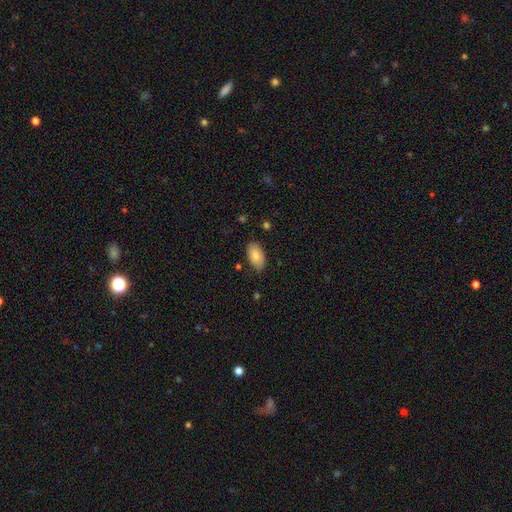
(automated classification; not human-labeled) Morphology: type=smooth (81%); roundness=in between (94%); merging=none (80%).